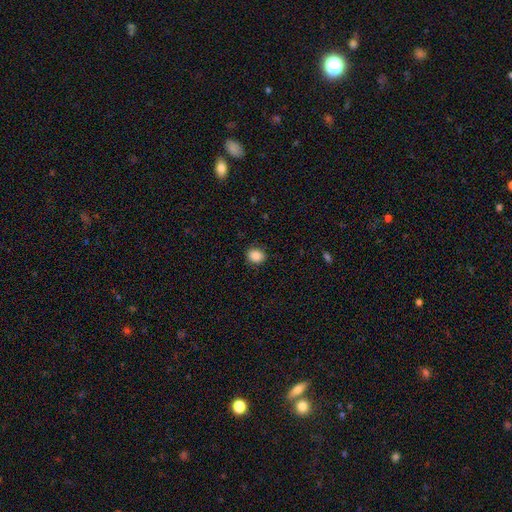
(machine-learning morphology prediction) A smooth galaxy with no disk features (87%) that is round (58%).

Vote fractions:
- Smooth or featured? smooth: 87% / star or artifact: 9% / featured or disk: 4%
- How rounded? round: 58% / in between: 41% / cigar-shaped: 1%
- Merging? none: 87% / minor disturbance: 9% / major disturbance: 2% / merger: 1%